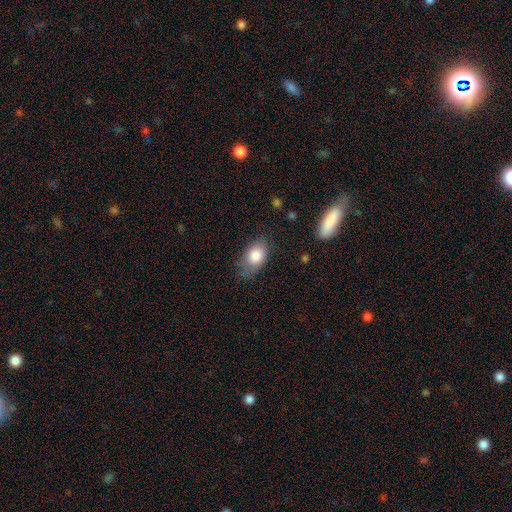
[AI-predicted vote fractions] Smooth or featured? Predicted: smooth (p=0.83). How rounded? Predicted: in between (p=0.86). Merging? Predicted: none (p=0.63).